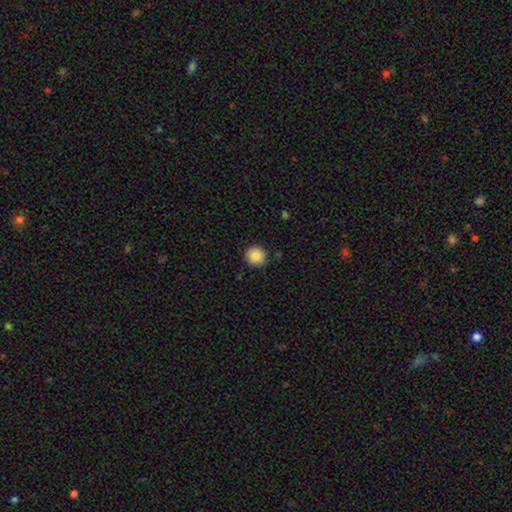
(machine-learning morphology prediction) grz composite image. It shows a smooth galaxy with no disk features (87%) that is round (92%). Merging: none (90%).